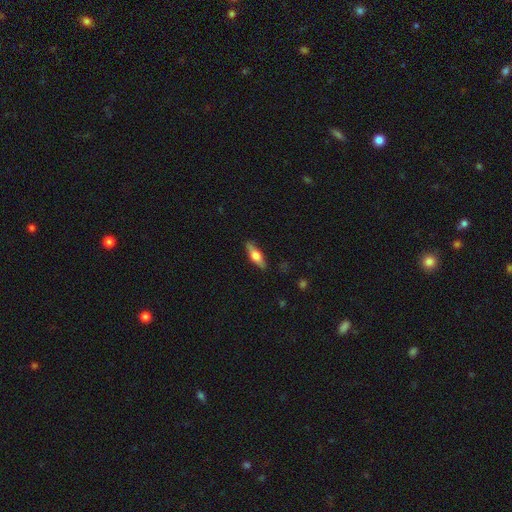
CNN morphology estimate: Smooth or featured? Predicted: featured or disk (p=0.51). Edge-on disk? Predicted: yes (p=0.92). Merging? Predicted: none (p=0.86).